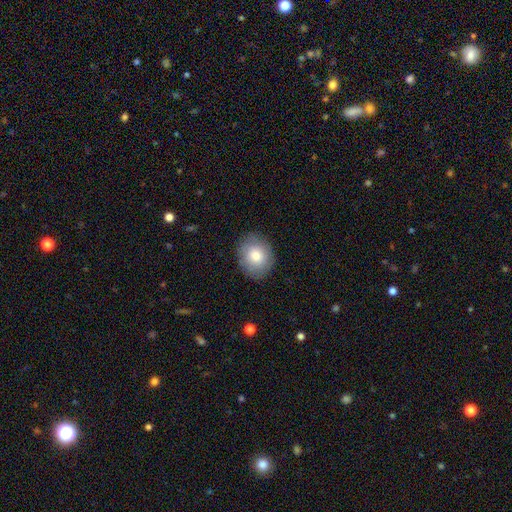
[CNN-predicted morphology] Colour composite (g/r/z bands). It shows a smooth galaxy with no disk features (78%) that is round (62%). Merging: none (85%).